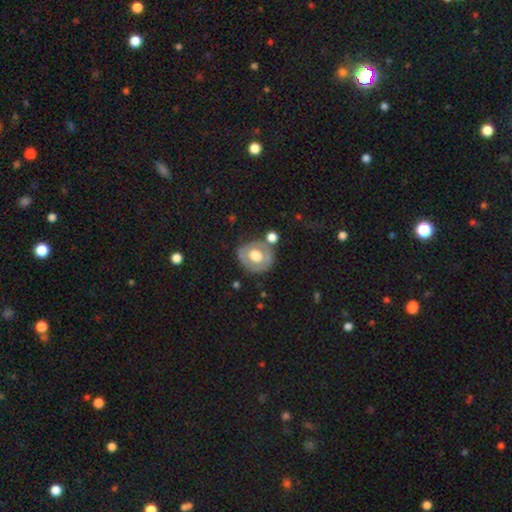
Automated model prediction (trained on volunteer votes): This is possibly a featured or disk galaxy (50%). Merging: likely none (68%).